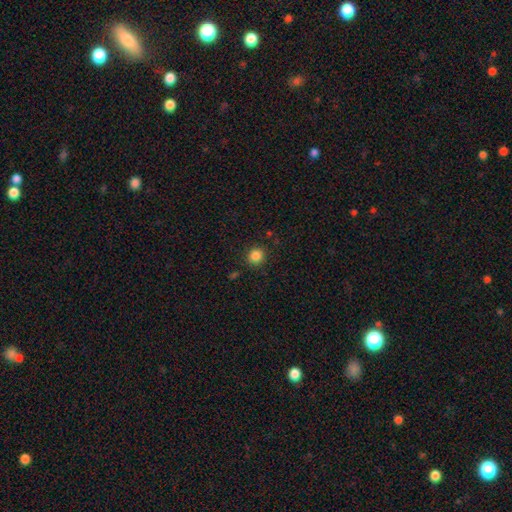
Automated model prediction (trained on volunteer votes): This appears to be a smooth galaxy with no disk features (85%) that is round (90%). Merging: none (88%).